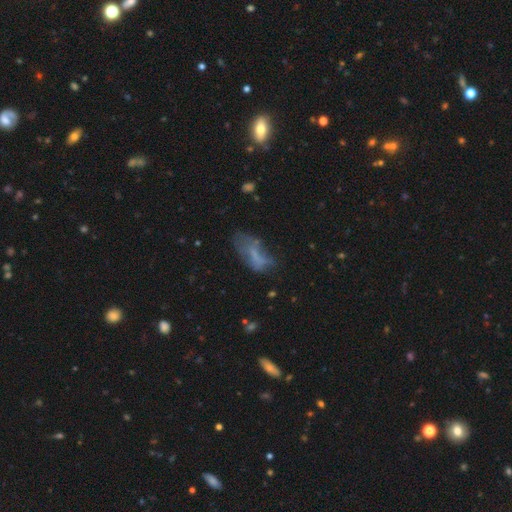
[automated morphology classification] Overall: smooth (51%; featured or disk 35%). How rounded: in between (81%). Merging: none (35%; major disturbance 30%).